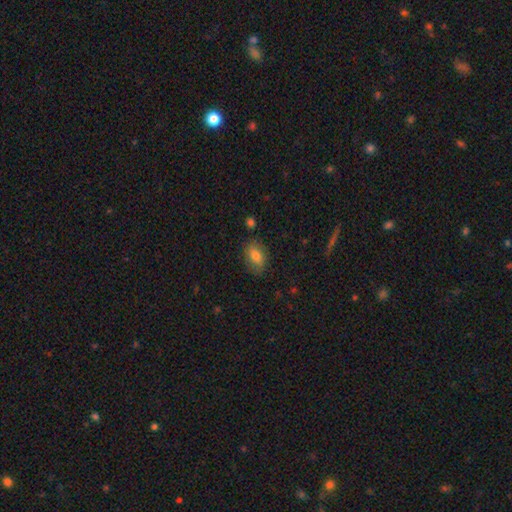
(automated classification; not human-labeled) Morphology: type=smooth (80%); roundness=in between (86%); merging=none (79%).